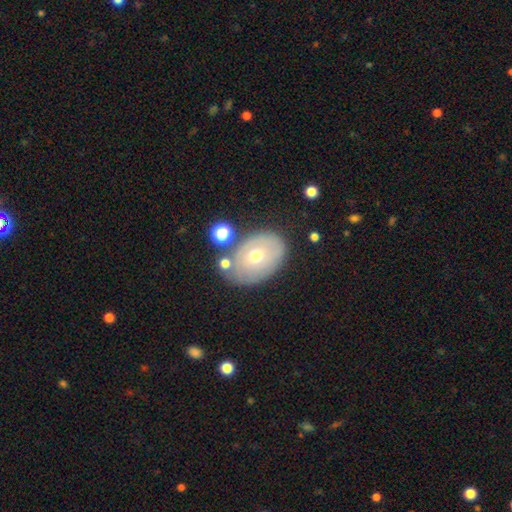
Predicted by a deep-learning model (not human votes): smooth 51%, featured or disk 40%, star or artifact 8%. Down the decision tree: how rounded — in between (78%); merging — none (69%).